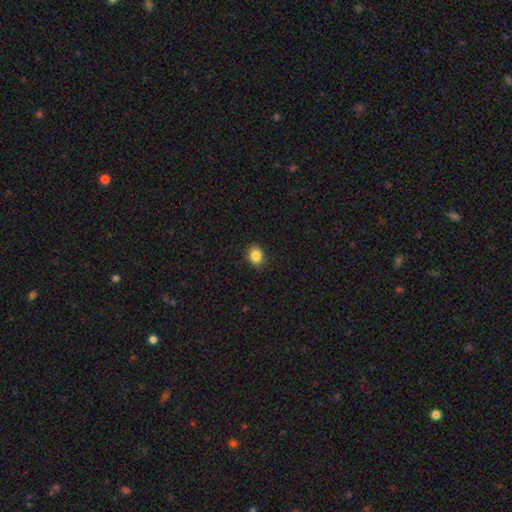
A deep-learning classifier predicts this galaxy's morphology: smooth_or_featured: smooth (p=0.86) [alt: star or artifact p=0.10]
how_rounded: round (p=0.59) [alt: in between p=0.40]
merging: none (p=0.90) [alt: minor disturbance p=0.07]